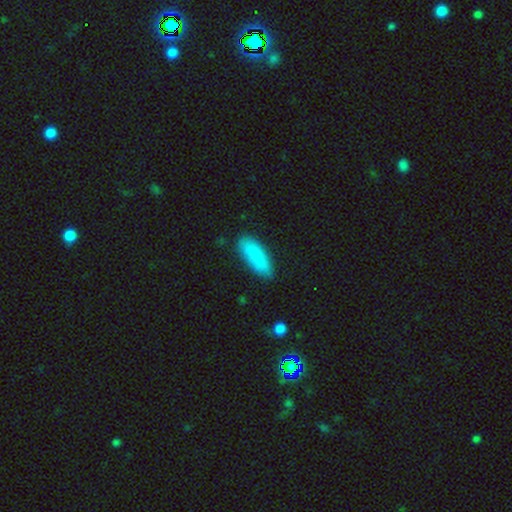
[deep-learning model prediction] A smooth galaxy with no disk features (87%) that is in between round and cigar-shaped (61%).

Vote fractions:
- Smooth or featured? smooth: 87% / featured or disk: 7% / star or artifact: 6%
- How rounded? in between: 61% / cigar-shaped: 37% / round: 2%
- Merging? none: 82% / minor disturbance: 14% / major disturbance: 3% / merger: 1%